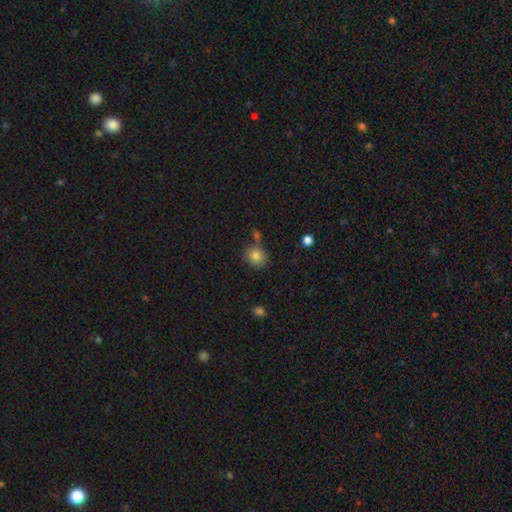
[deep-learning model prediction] smooth-or-featured: smooth: 83% | star or artifact: 10% | featured or disk: 7%
  how-rounded: round: 66% | in between: 33% | cigar-shaped: 1%
  merging: none: 71% | minor disturbance: 13% | merger: 12% | major disturbance: 4%